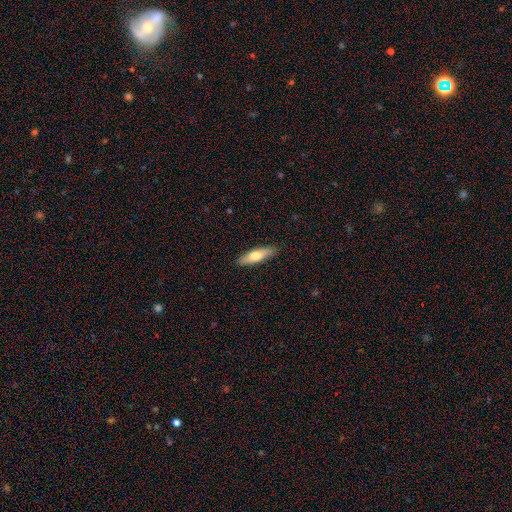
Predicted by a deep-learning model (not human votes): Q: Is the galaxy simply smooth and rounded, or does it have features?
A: smooth — 66%.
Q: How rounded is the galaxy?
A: cigar-shaped — 62%.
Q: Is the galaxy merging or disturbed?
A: none — 88%.